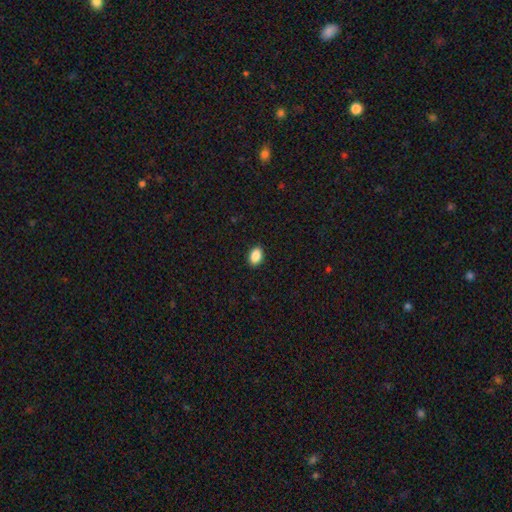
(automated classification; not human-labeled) This is clearly a smooth galaxy (89%). How rounded: likely in between (79%). Merging: clearly none (91%).